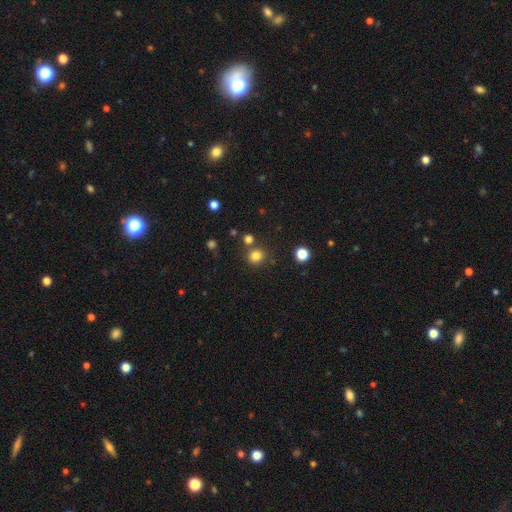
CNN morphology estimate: smooth_or_featured: smooth (p=0.80) [alt: star or artifact p=0.15]
how_rounded: round (p=0.91) [alt: in between p=0.08]
merging: none (p=0.79) [alt: merger p=0.10]